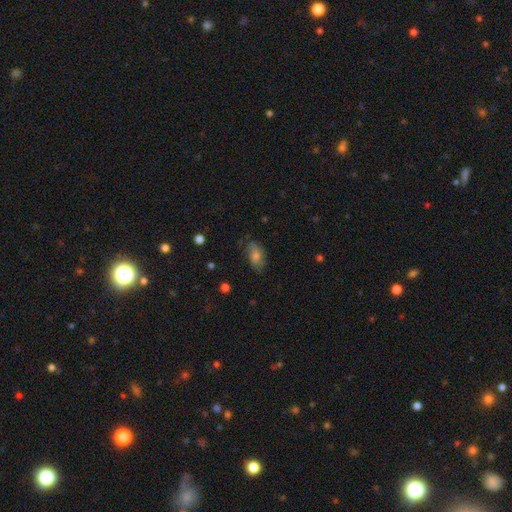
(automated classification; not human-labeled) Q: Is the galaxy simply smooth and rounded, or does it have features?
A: smooth — 63%.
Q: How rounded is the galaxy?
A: in between — 86%.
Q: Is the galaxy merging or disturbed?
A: none — 70%.